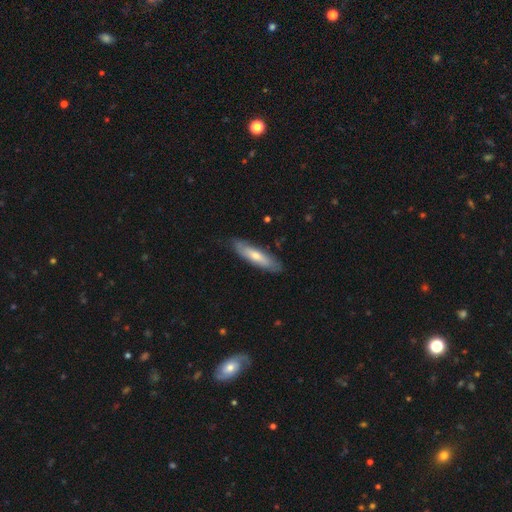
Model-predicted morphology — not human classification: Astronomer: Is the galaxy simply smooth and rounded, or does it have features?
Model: smooth — 56% (runner-up: featured or disk, 39%).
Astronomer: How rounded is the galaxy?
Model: cigar-shaped — 67%.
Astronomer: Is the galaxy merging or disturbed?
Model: none — 79%.